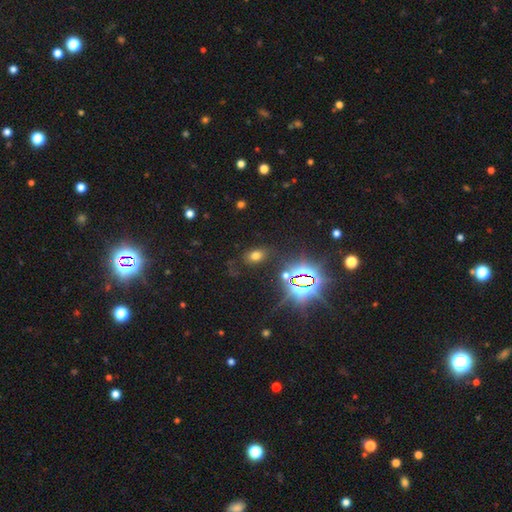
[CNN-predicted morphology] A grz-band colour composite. It shows a smooth galaxy with no disk features (59%) that is in between round and cigar-shaped (79%). Merging: none (80%).